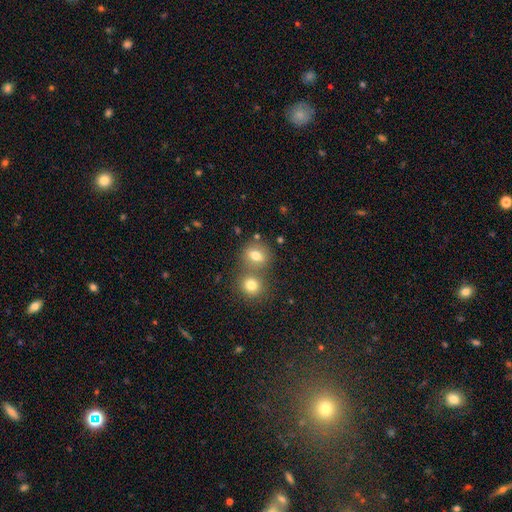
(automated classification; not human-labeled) This is likely a smooth galaxy (75%). How rounded: likely round (61%). Merging: possibly none (51%).